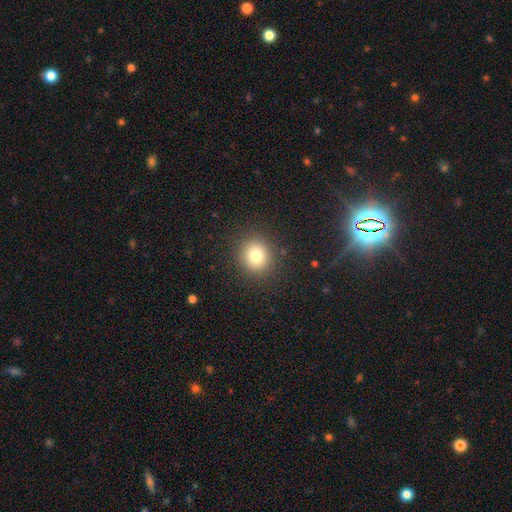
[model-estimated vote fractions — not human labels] smooth 79%, star or artifact 13%, featured or disk 8%. Down the decision tree: how rounded — round (86%); merging — none (89%).